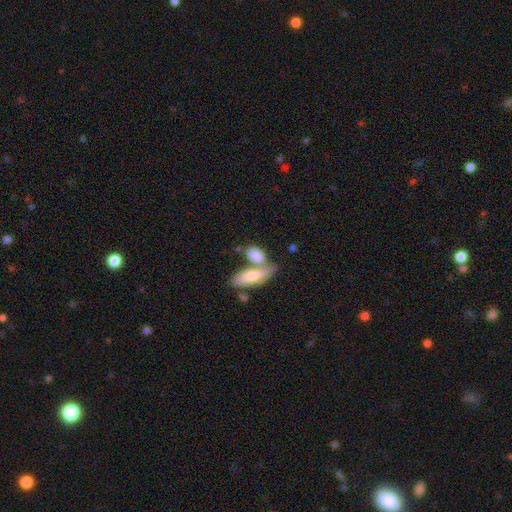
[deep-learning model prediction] Overall: smooth (80%). How rounded: in between (79%). Merging: merger (47%; none 37%).